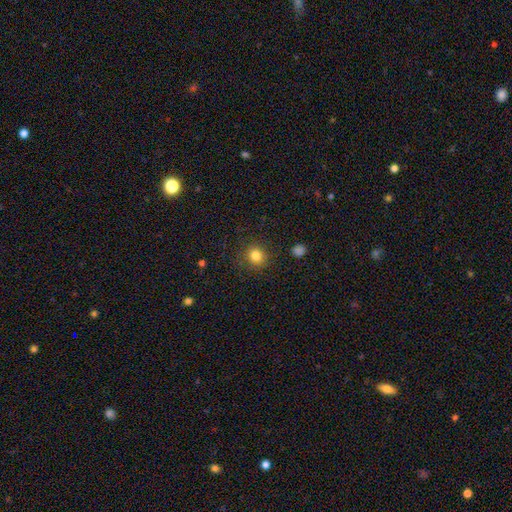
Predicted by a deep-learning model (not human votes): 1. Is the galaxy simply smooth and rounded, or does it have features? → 83% smooth, 12% star or artifact, 5% featured or disk.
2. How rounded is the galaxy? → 88% round, 11% in between, 1% cigar-shaped.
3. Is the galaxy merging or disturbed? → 88% none, 8% minor disturbance, 3% major disturbance, 1% merger.